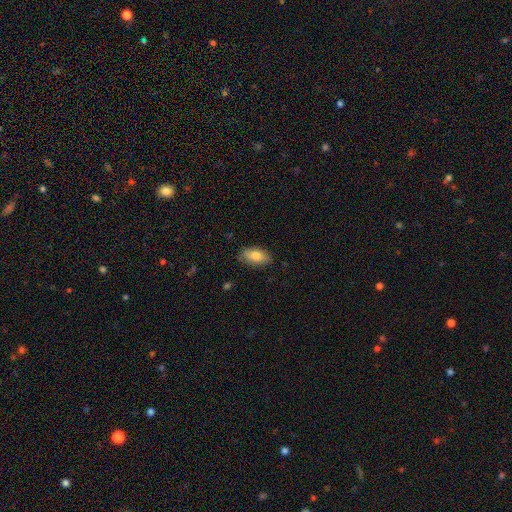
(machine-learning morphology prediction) smooth 78%, featured or disk 15%, star or artifact 7%. Down the decision tree: how rounded — in between (91%); merging — none (84%).